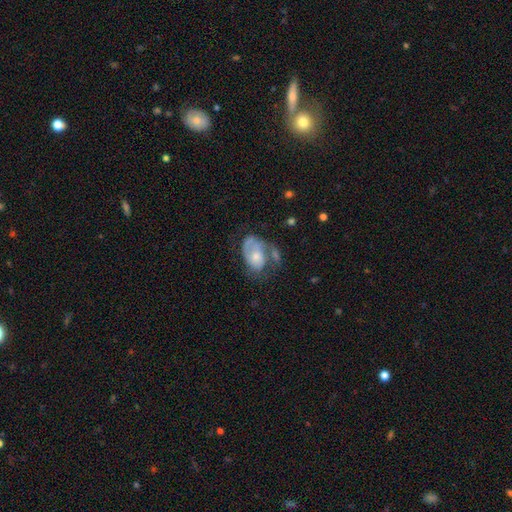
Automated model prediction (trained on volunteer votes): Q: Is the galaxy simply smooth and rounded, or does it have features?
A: featured or disk — 52%.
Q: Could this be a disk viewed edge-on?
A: no — 96%.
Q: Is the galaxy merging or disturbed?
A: major disturbance — 30%, tied with none.